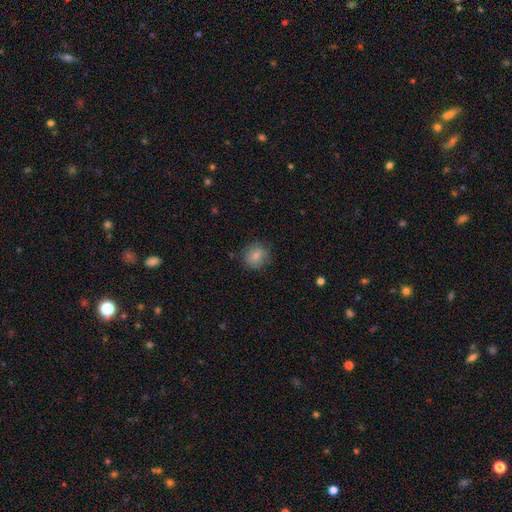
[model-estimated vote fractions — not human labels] This appears to be a smooth galaxy with no disk features (82%) that is round (79%). Merging: none (80%).